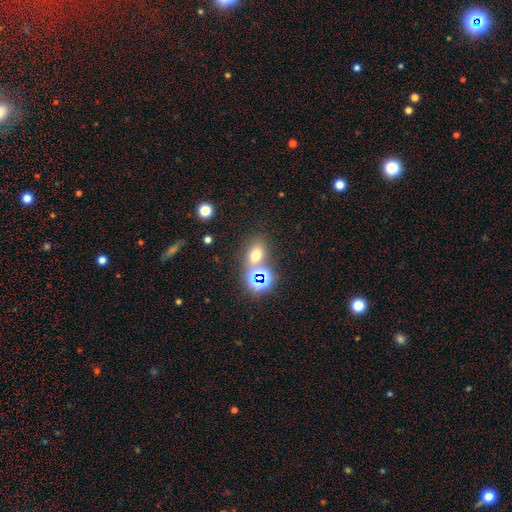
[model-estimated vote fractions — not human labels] This appears to be a smooth galaxy with no disk features (59%) that is in between round and cigar-shaped (59%). Merging: none (65%).